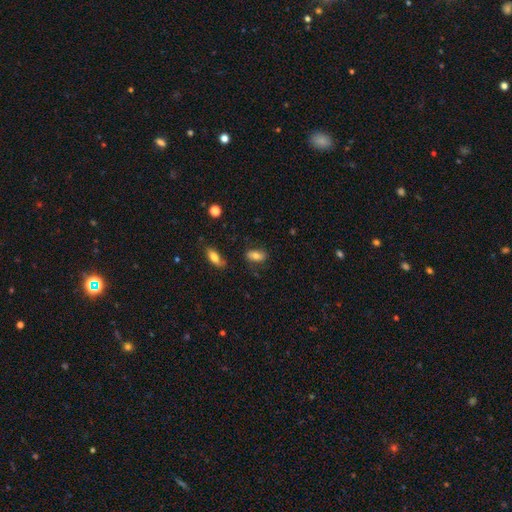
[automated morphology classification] This appears to be a smooth galaxy with no disk features (75%) that is in between round and cigar-shaped (88%). Merging: none (75%).